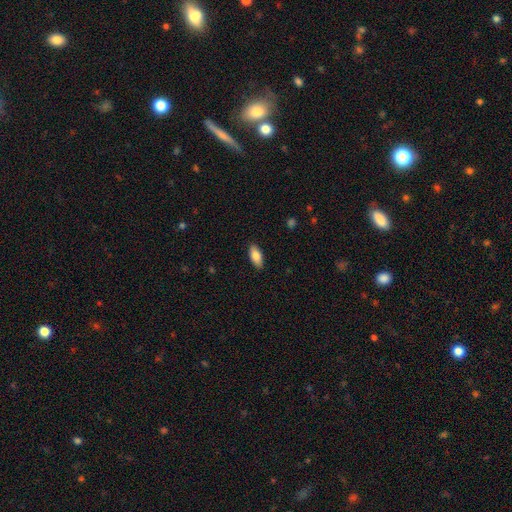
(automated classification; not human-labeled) Q: Smooth or featured?
A: smooth (84%); runner-up: featured or disk (9%)
Q: How rounded?
A: in between (89%); runner-up: cigar-shaped (9%)
Q: Merging?
A: none (89%); runner-up: minor disturbance (8%)